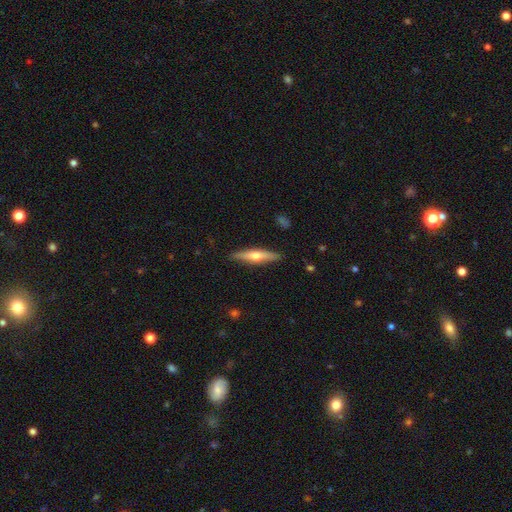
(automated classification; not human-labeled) A featured or disk galaxy (58%) viewed edge-on (95%) with a rounded central bulge (92%). Merging: none (89%).